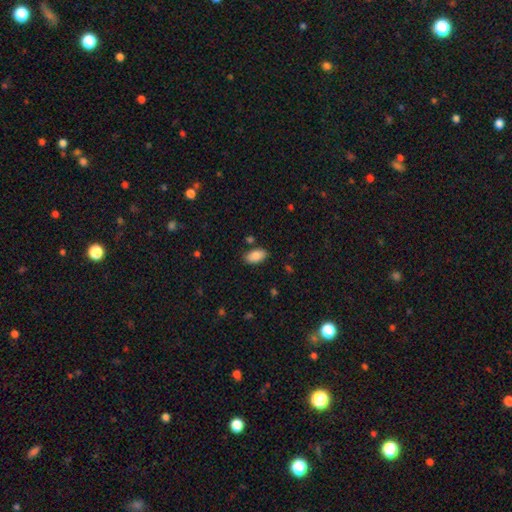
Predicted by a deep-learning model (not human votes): Smooth or featured? Predicted: smooth (p=0.85). How rounded? Predicted: in between (p=0.94). Merging? Predicted: none (p=0.84).